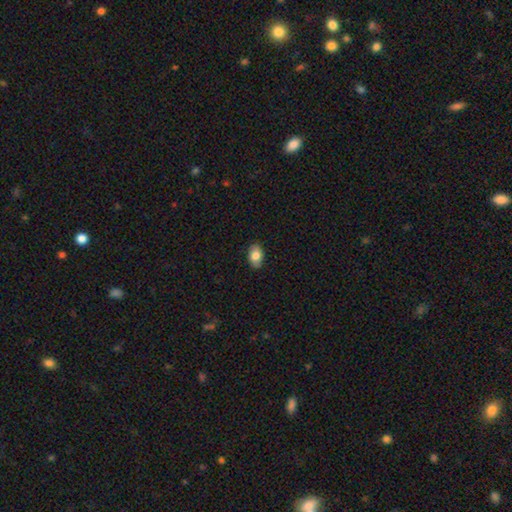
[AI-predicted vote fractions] Smooth or featured: smooth — 81% (featured or disk — 12%)
How rounded: in between — 90% (round — 9%)
Merging: none — 87% (minor disturbance — 10%)